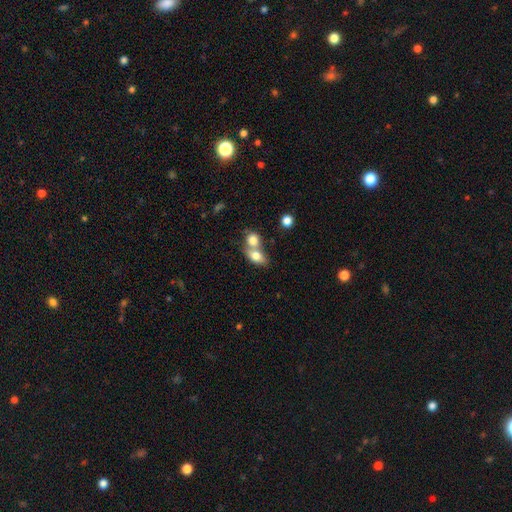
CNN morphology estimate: A smooth galaxy with no disk features (76%) that is in between round and cigar-shaped (70%). Merging: merger (62%).